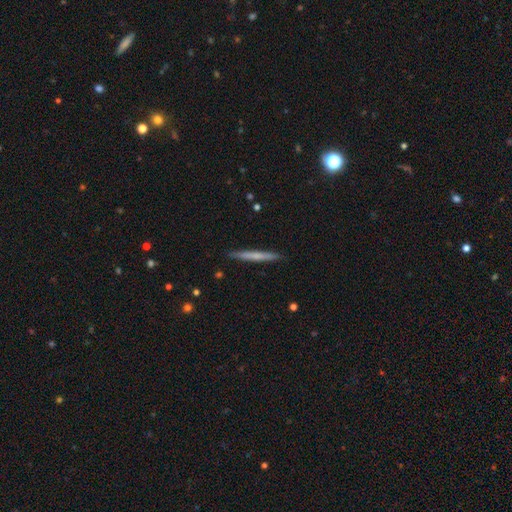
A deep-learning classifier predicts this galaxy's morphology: smooth-or-featured: smooth: 57% | featured or disk: 38% | star or artifact: 5%
  how-rounded: cigar-shaped: 97% | in between: 2% | round: 1%
  merging: none: 91% | minor disturbance: 6% | major disturbance: 1% | merger: 1%